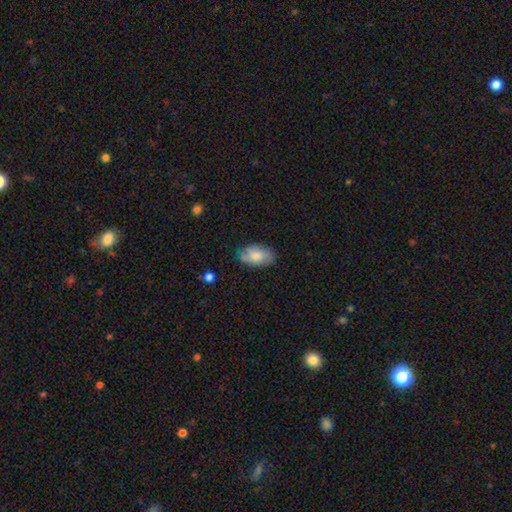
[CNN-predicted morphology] This appears to be a smooth galaxy with no disk features (70%) that is in between round and cigar-shaped (92%). Merging: none (72%).